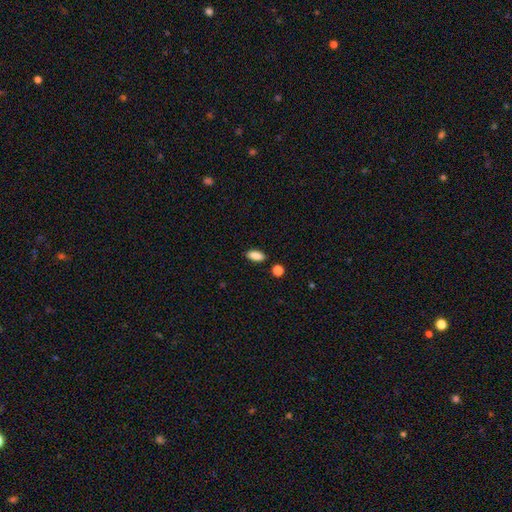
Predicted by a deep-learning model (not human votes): This is clearly a smooth galaxy (88%). How rounded: clearly in between (86%). Merging: clearly none (85%).